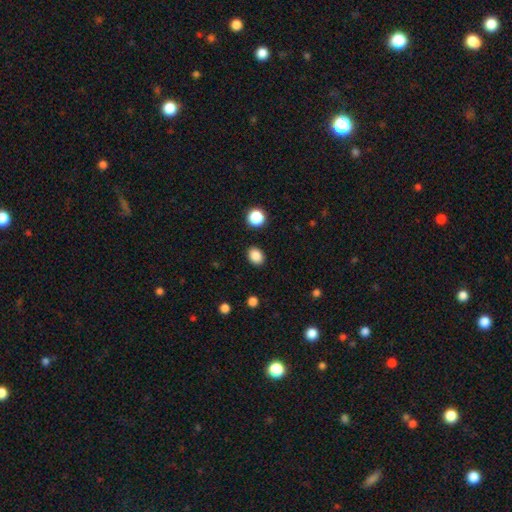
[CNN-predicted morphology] Smooth or featured: smooth — 87% (star or artifact — 10%)
How rounded: in between — 58% (round — 41%)
Merging: none — 89% (minor disturbance — 7%)